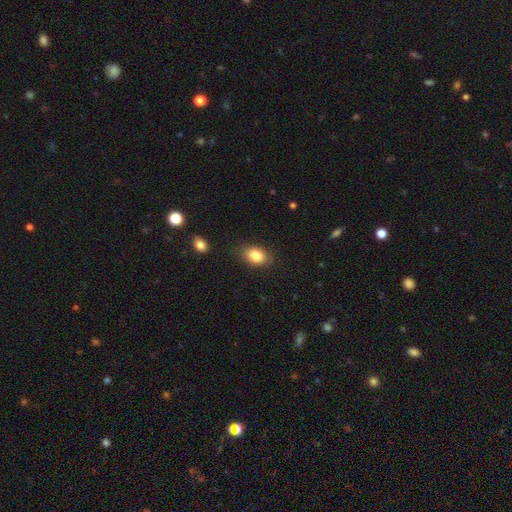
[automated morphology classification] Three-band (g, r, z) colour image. It shows a smooth galaxy with no disk features (83%) that is in between round and cigar-shaped (78%). Merging: none (83%).